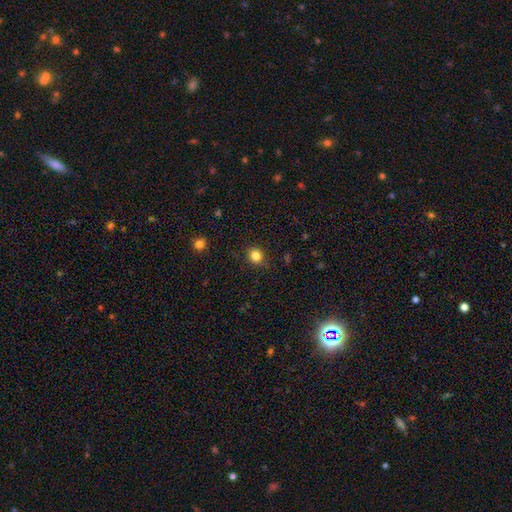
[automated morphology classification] Q: Smooth or featured?
A: smooth (83%); runner-up: star or artifact (12%)
Q: How rounded?
A: round (84%); runner-up: in between (15%)
Q: Merging?
A: none (88%); runner-up: minor disturbance (9%)